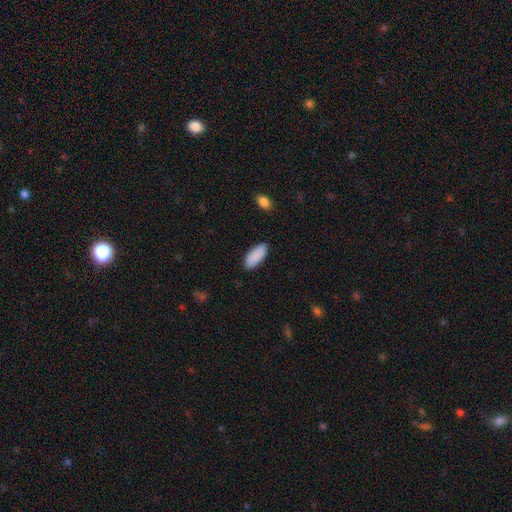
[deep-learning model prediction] smooth 91%, star or artifact 6%, featured or disk 4%. Down the decision tree: how rounded — in between (81%); merging — none (88%).